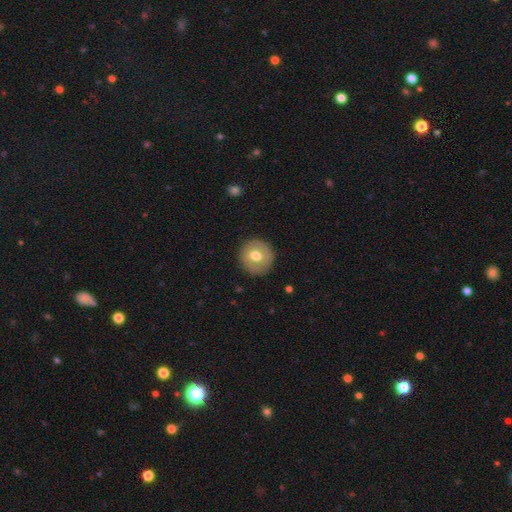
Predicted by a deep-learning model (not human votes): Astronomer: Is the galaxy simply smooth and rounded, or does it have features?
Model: smooth — 66%.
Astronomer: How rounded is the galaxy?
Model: round — 93%.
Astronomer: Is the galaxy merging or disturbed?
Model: none — 88%.